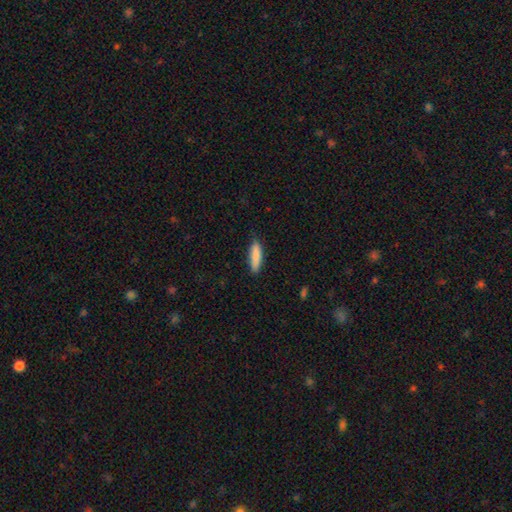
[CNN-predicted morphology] Smooth or featured: smooth — 85% (featured or disk — 9%)
How rounded: cigar-shaped — 67% (in between — 32%)
Merging: none — 84% (minor disturbance — 13%)